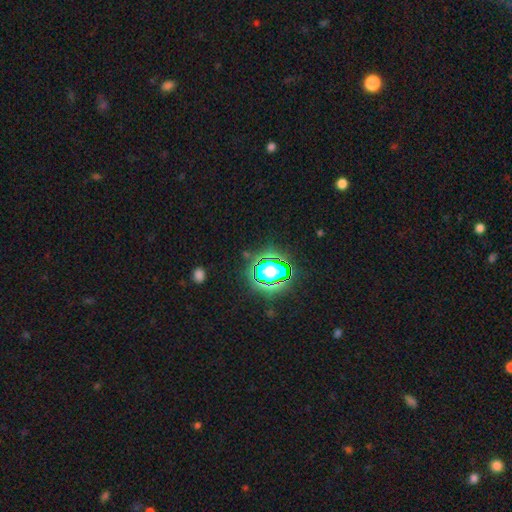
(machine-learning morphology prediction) Smooth or featured: star or artifact — 82% (smooth — 11%)